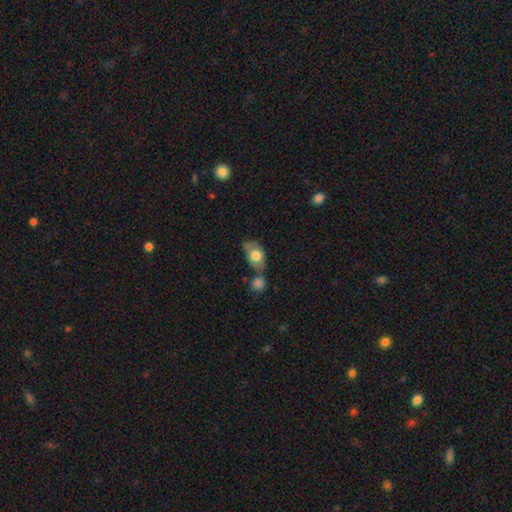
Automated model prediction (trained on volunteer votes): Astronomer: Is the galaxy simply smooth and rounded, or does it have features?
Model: smooth — 65%.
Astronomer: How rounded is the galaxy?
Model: in between — 77%.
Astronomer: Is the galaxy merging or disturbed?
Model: none — 37% (runner-up: merger, 34%).